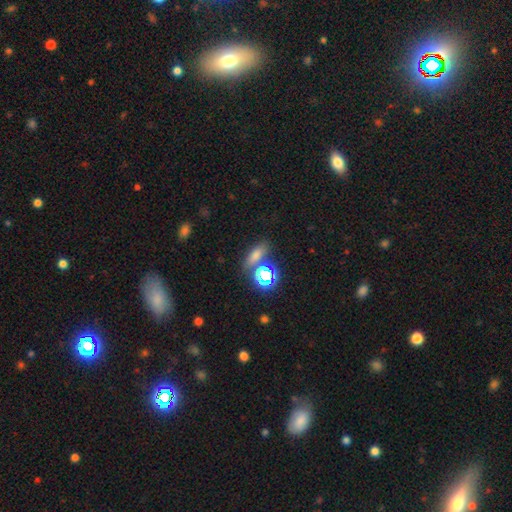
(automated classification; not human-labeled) Smooth or featured?
  - smooth: 66% *
  - star or artifact: 23%
  - featured or disk: 11%
How rounded?
  - in between: 54% *
  - cigar-shaped: 27%
  - round: 18%
Merging?
  - none: 67% *
  - merger: 17%
  - minor disturbance: 11%
  - major disturbance: 5%